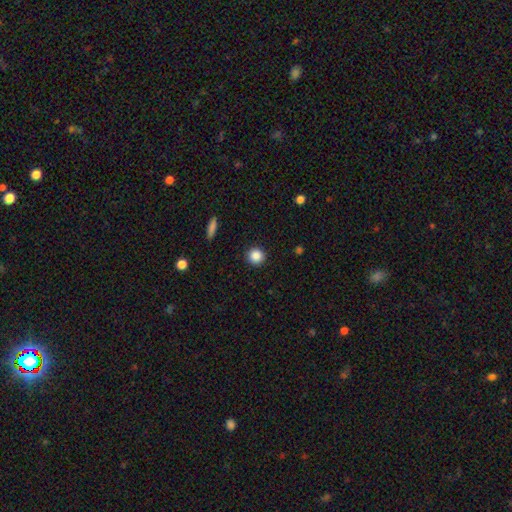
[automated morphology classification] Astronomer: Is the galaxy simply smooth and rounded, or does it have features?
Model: smooth — 86%.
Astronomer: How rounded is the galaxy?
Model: round — 94%.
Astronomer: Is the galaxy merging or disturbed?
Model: none — 91%.